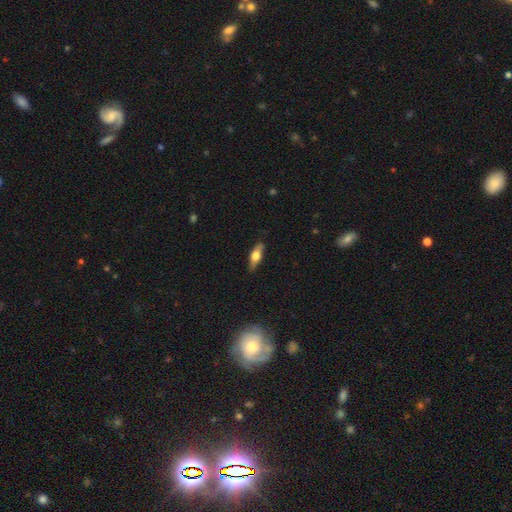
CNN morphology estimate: smooth 51%, featured or disk 43%, star or artifact 6%. Down the decision tree: how rounded — in between (56%); merging — none (83%).